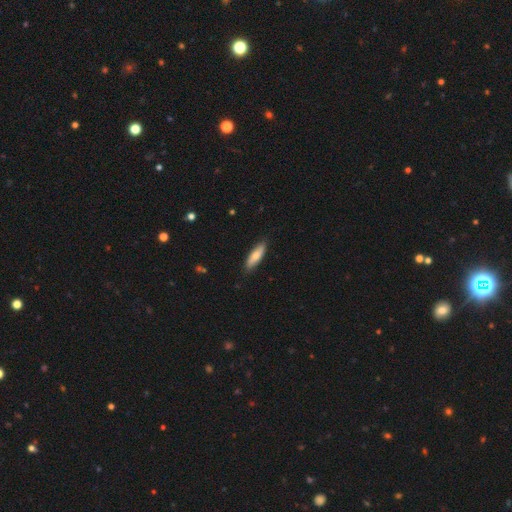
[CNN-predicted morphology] This appears to be a smooth galaxy with no disk features (73%) that is in between round and cigar-shaped (49%, tied with cigar-shaped). Merging: none (86%).